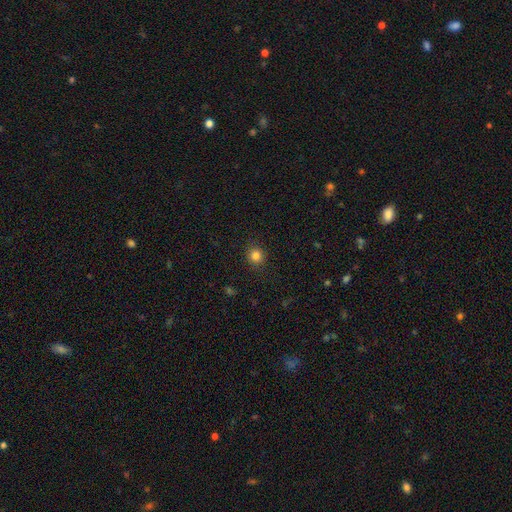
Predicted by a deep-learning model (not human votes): Q: Smooth or featured?
A: smooth (83%); runner-up: star or artifact (12%)
Q: How rounded?
A: round (86%); runner-up: in between (13%)
Q: Merging?
A: none (89%); runner-up: minor disturbance (8%)